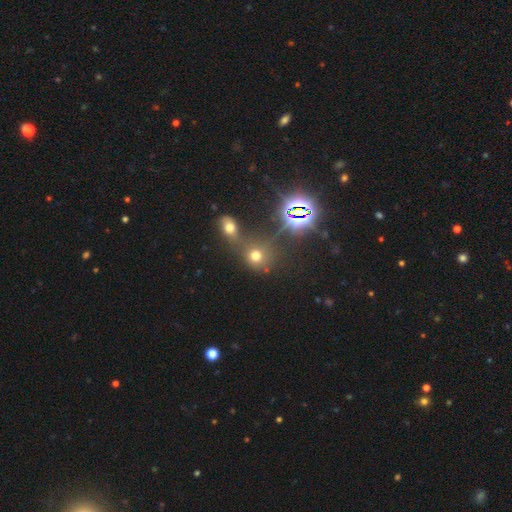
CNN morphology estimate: Smooth or featured?
  - smooth: 59% *
  - star or artifact: 31%
  - featured or disk: 11%
How rounded?
  - round: 81% *
  - in between: 18%
  - cigar-shaped: 1%
Merging?
  - none: 47% *
  - merger: 38%
  - minor disturbance: 8%
  - major disturbance: 7%